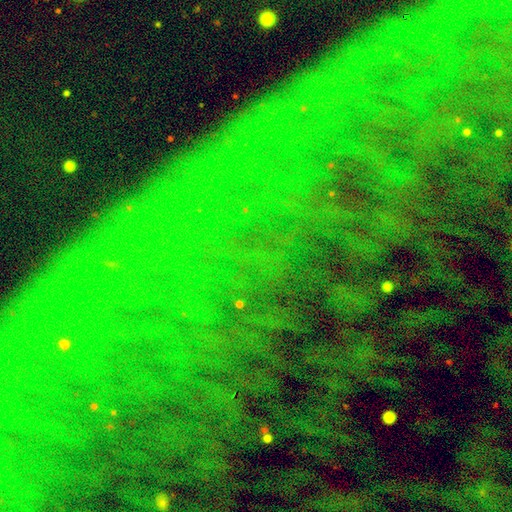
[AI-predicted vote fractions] Smooth or featured? Predicted: star or artifact (p=0.82).